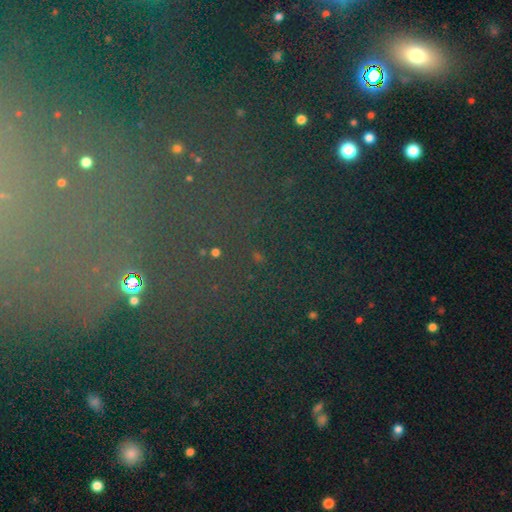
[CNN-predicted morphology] Smooth or featured: star or artifact — 72% (smooth — 17%)